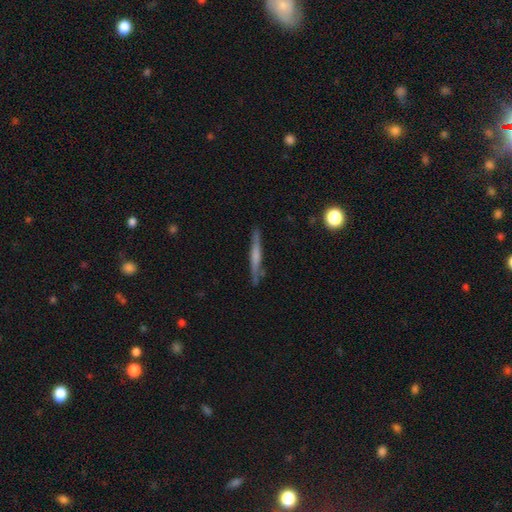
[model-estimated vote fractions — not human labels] Smooth or featured: featured or disk — 51% (smooth — 42%)
Edge-on disk: yes — 94% (no — 6%)
Merging: none — 83% (minor disturbance — 12%)